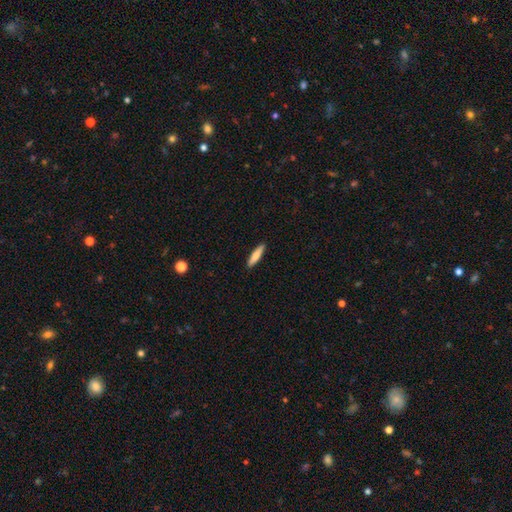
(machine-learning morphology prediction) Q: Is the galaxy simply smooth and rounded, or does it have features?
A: smooth — 76%.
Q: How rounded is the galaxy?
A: cigar-shaped — 83%.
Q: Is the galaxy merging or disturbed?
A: none — 91%.